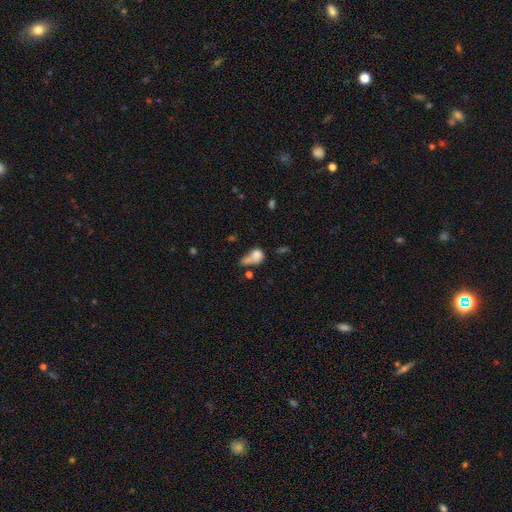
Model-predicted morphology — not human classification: smooth_or_featured: smooth (p=0.73) [alt: featured or disk p=0.16]
how_rounded: in between (p=0.55) [alt: round p=0.41]
merging: merger (p=0.35) [alt: major disturbance p=0.25]